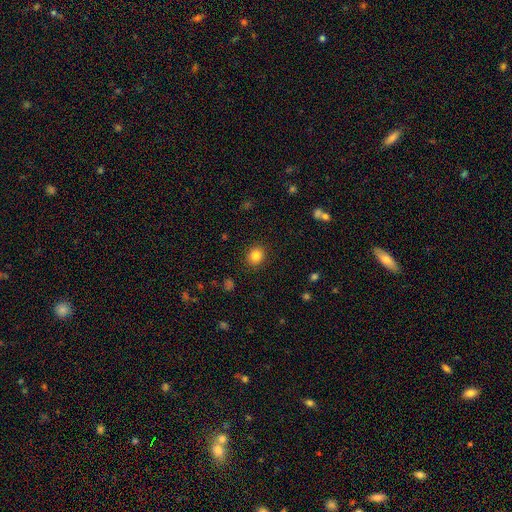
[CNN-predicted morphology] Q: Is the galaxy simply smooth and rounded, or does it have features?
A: smooth — 84%.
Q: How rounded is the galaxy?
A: round — 76%.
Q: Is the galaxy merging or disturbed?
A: none — 90%.